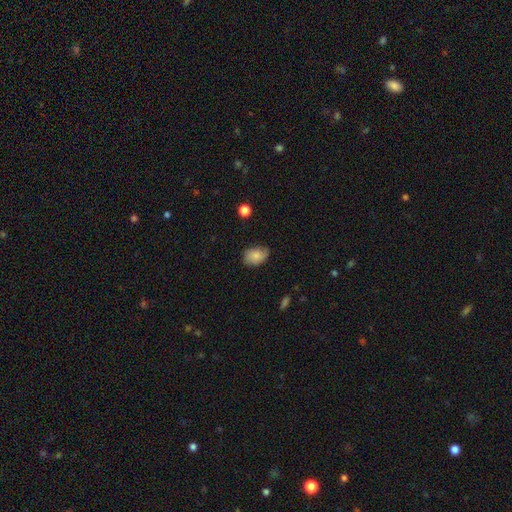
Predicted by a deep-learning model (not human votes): Morphology: type=smooth (78%); roundness=in between (82%); merging=none (64%).